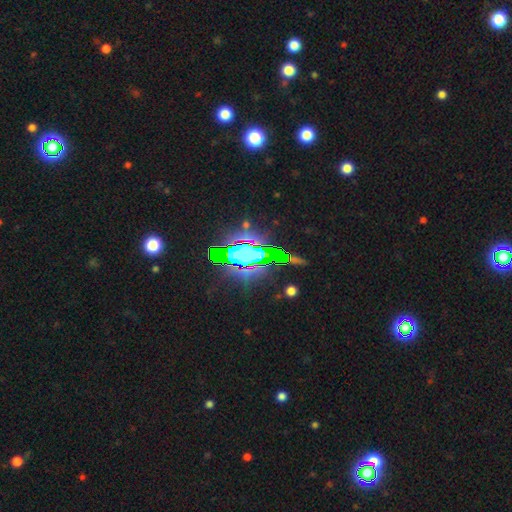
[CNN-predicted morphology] A star or artifact, not a galaxy (63%).

Vote fractions:
- Smooth or featured? star or artifact: 63% / smooth: 19% / featured or disk: 18%